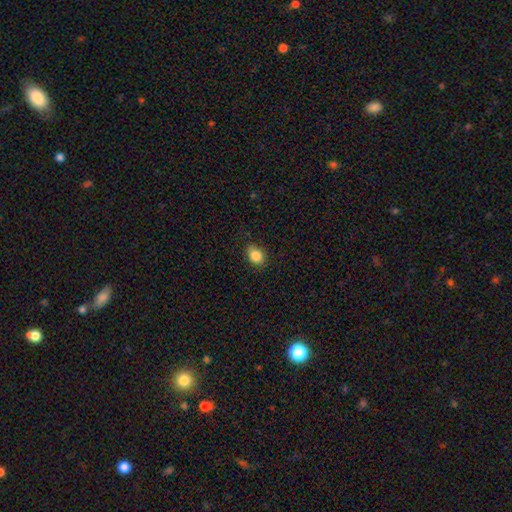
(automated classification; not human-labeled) smooth_or_featured: smooth (p=0.86) [alt: star or artifact p=0.09]
how_rounded: in between (p=0.68) [alt: round p=0.30]
merging: none (p=0.81) [alt: minor disturbance p=0.15]